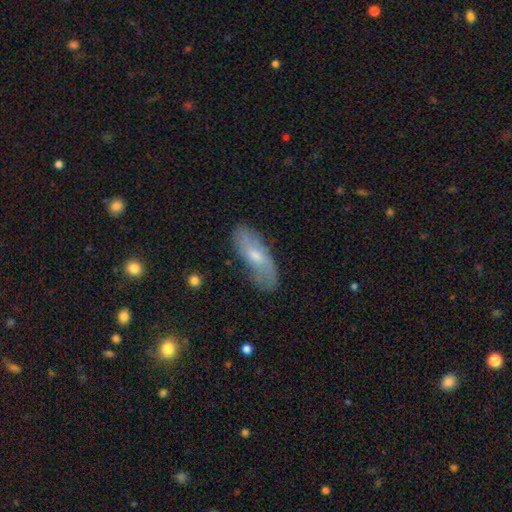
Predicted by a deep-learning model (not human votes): Q: Smooth or featured?
A: smooth (48%); runner-up: featured or disk (45%)
Q: Merging?
A: none (74%); runner-up: minor disturbance (19%)